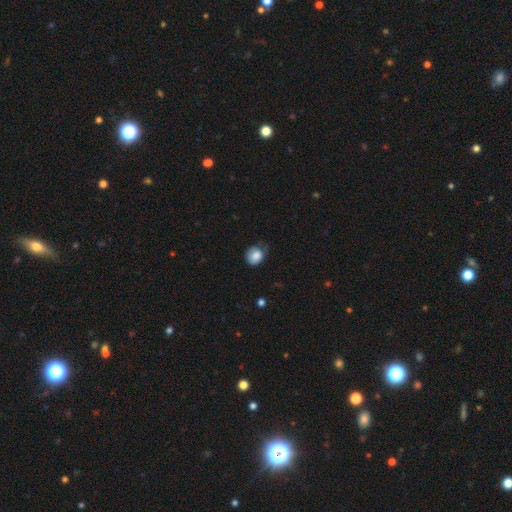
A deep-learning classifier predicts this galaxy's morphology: A smooth galaxy with no disk features (83%) that is round (71%).

Vote fractions:
- Smooth or featured? smooth: 83% / featured or disk: 9% / star or artifact: 8%
- How rounded? round: 71% / in between: 29% / cigar-shaped: 1%
- Merging? none: 49% / minor disturbance: 36% / major disturbance: 13% / merger: 2%